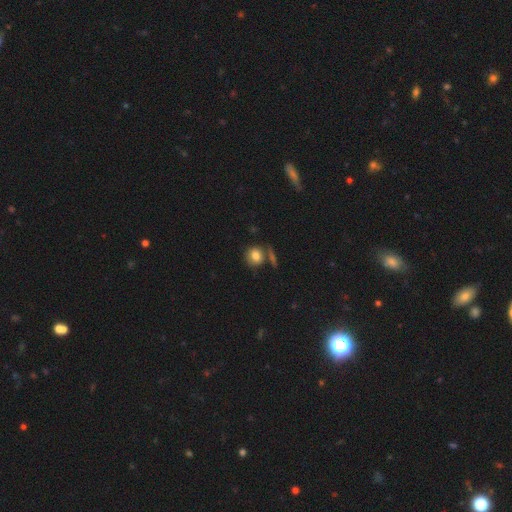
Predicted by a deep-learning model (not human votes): This appears to be a smooth galaxy with no disk features (81%) that is round (76%). Merging: none (65%).